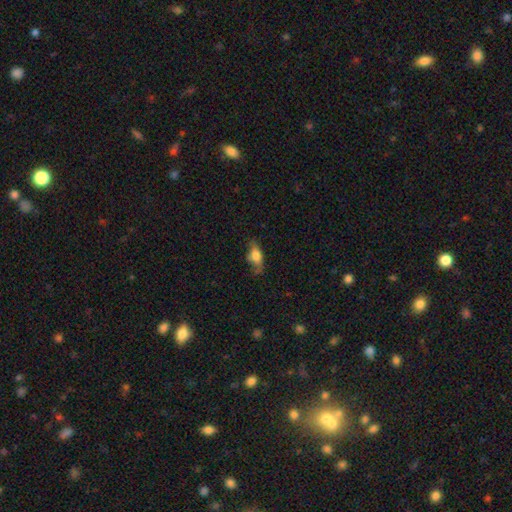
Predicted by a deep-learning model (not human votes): A smooth galaxy with no disk features (66%) that is in between round and cigar-shaped (74%).

Vote fractions:
- Smooth or featured? smooth: 66% / featured or disk: 25% / star or artifact: 9%
- How rounded? in between: 74% / cigar-shaped: 21% / round: 5%
- Merging? none: 62% / minor disturbance: 27% / major disturbance: 9% / merger: 2%